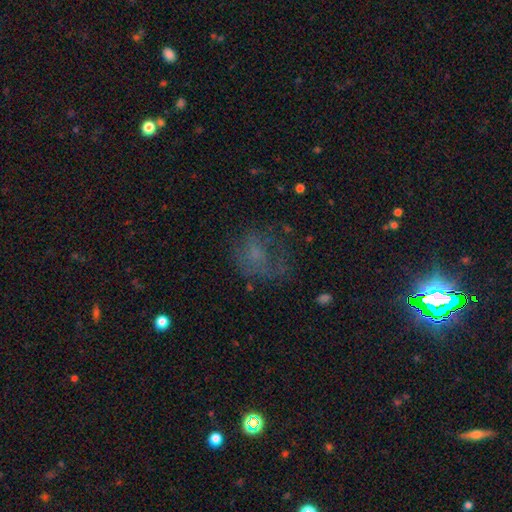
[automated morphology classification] This appears to be a smooth galaxy with no disk features (45%). Merging: none (39%).